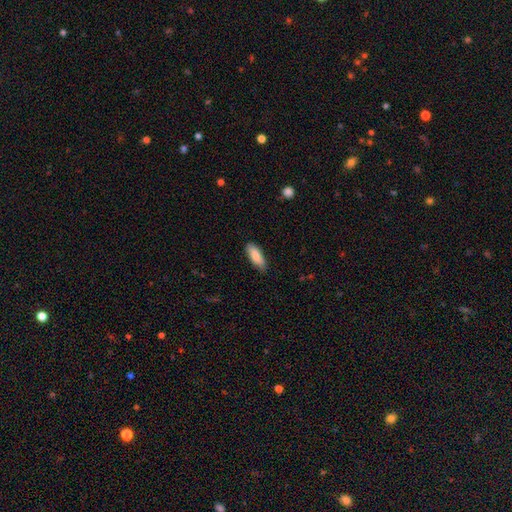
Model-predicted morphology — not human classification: type=smooth (87%); roundness=in between (65%); merging=none (84%).